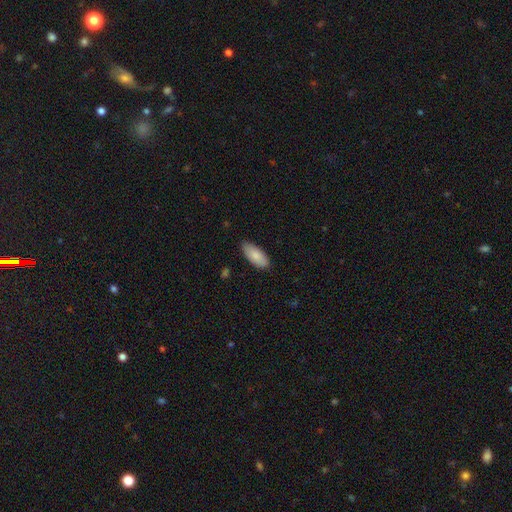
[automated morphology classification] smooth_or_featured: smooth (p=0.85) [alt: featured or disk p=0.09]
how_rounded: in between (p=0.87) [alt: cigar-shaped p=0.11]
merging: none (p=0.83) [alt: minor disturbance p=0.14]